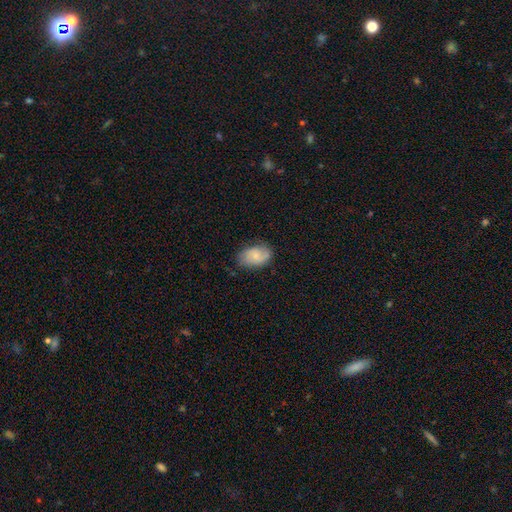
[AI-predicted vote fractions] This appears to be a smooth galaxy with no disk features (57%) that is in between round and cigar-shaped (85%). Merging: none (70%).